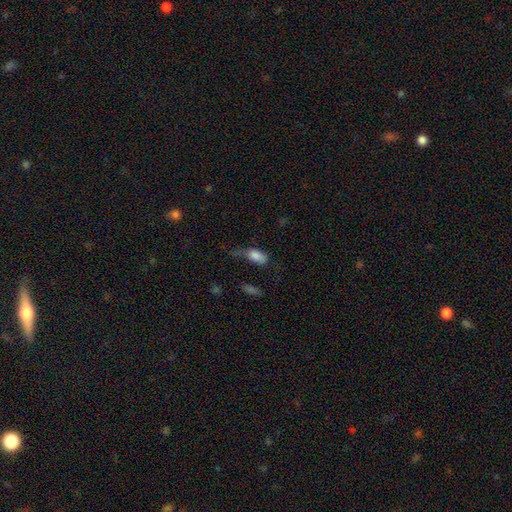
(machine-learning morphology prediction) Smooth or featured?
  - smooth: 80% *
  - featured or disk: 11%
  - star or artifact: 9%
How rounded?
  - in between: 87% *
  - cigar-shaped: 8%
  - round: 5%
Merging?
  - major disturbance: 34% *
  - minor disturbance: 32%
  - none: 27%
  - merger: 7%